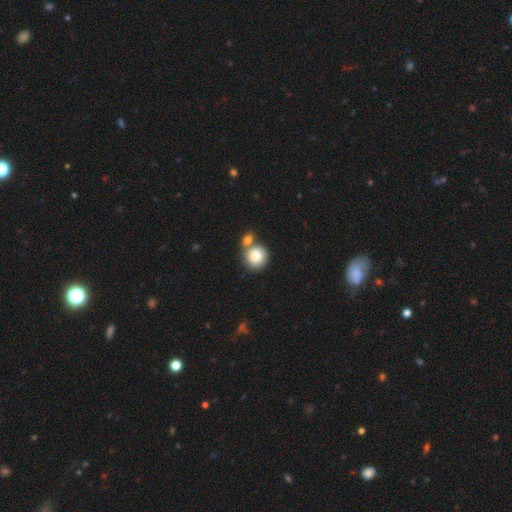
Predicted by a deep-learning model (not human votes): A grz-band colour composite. It shows a smooth galaxy with no disk features (82%) that is round (87%). Merging: none (48%).